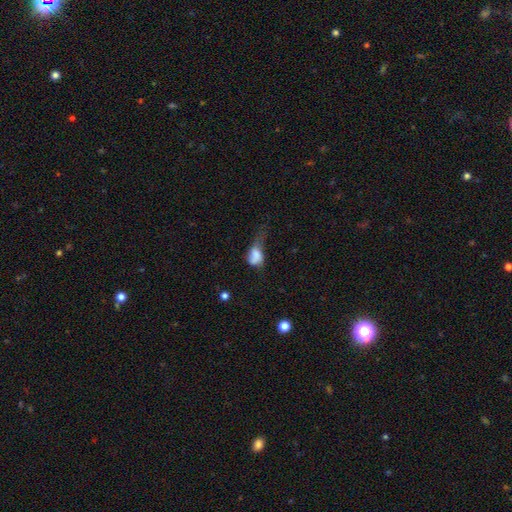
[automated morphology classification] Smooth or featured? Predicted: smooth (p=0.73). How rounded? Predicted: in between (p=0.76). Merging? Predicted: major disturbance (p=0.51).